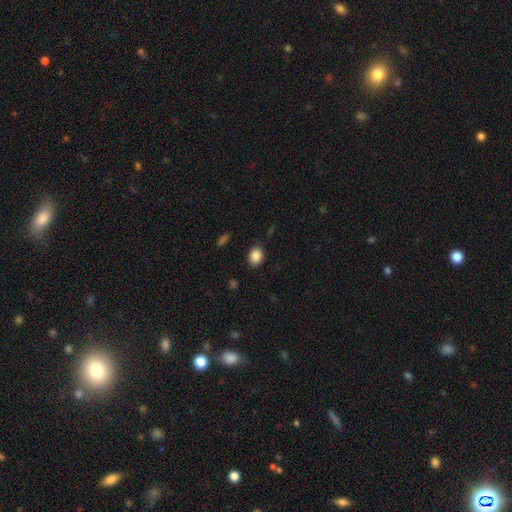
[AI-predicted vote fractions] Overall: smooth (87%). How rounded: in between (63%; round 36%). Merging: none (86%).